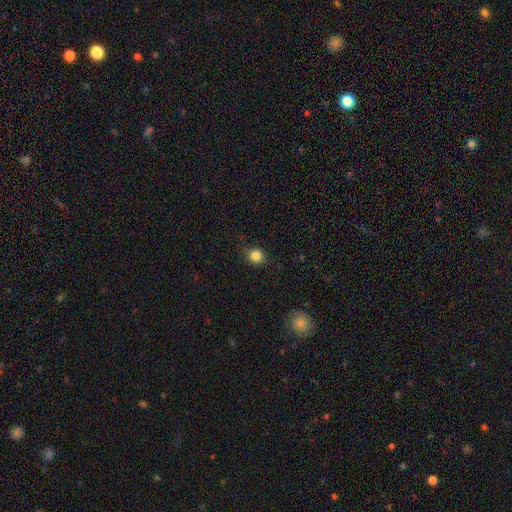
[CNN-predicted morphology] Smooth or featured?
  - smooth: 84% *
  - star or artifact: 12%
  - featured or disk: 5%
How rounded?
  - round: 82% *
  - in between: 17%
  - cigar-shaped: 1%
Merging?
  - none: 84% *
  - minor disturbance: 12%
  - major disturbance: 3%
  - merger: 1%